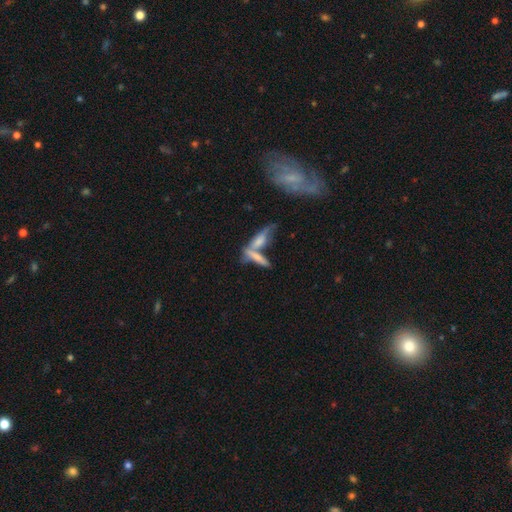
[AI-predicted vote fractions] This appears to be a smooth galaxy with no disk features (58%) that is cigar-shaped (65%). Merging: merger (58%).